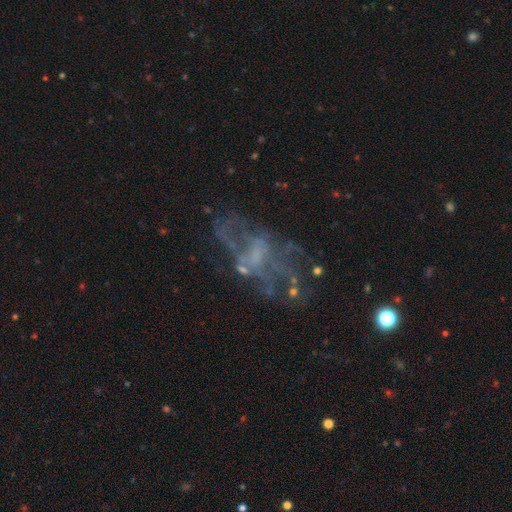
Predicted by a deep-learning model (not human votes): This appears to be a featured or disk galaxy (67%) with no bar (68%), no spiral arms (64%) and no central bulge (58%). Merging: none (48%).